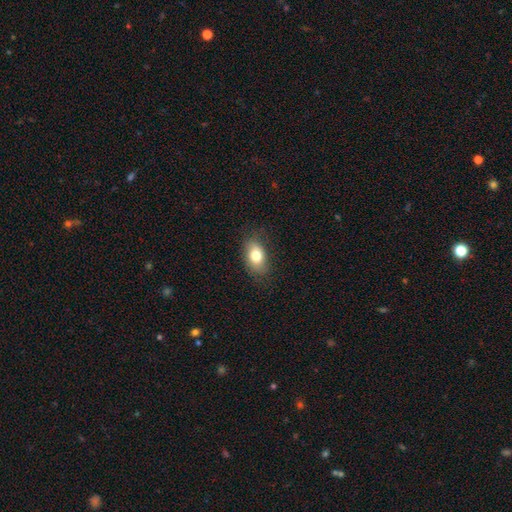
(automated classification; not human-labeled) A smooth galaxy with no disk features (77%) that is in between round and cigar-shaped (86%).

Vote fractions:
- Smooth or featured? smooth: 77% / featured or disk: 14% / star or artifact: 9%
- How rounded? in between: 86% / round: 12% / cigar-shaped: 2%
- Merging? none: 79% / minor disturbance: 15% / major disturbance: 4% / merger: 1%